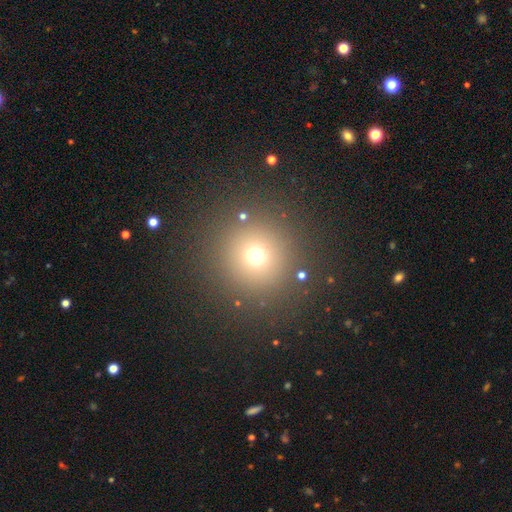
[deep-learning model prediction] smooth-or-featured: smooth: 68% | star or artifact: 23% | featured or disk: 9%
  how-rounded: round: 95% | in between: 4% | cigar-shaped: 1%
  merging: none: 87% | minor disturbance: 6% | major disturbance: 4% | merger: 3%